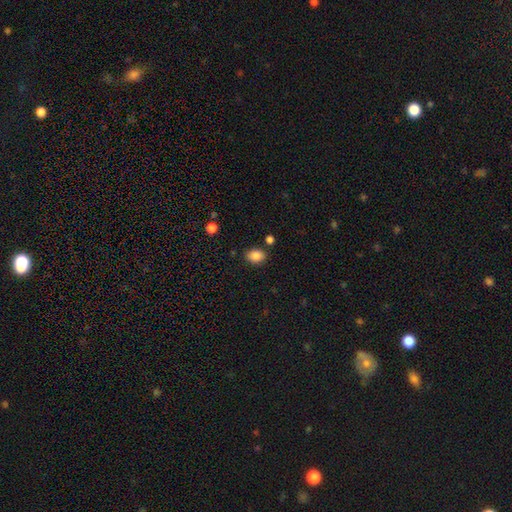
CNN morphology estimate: Overall: smooth (86%). How rounded: in between (66%; round 33%). Merging: none (82%).